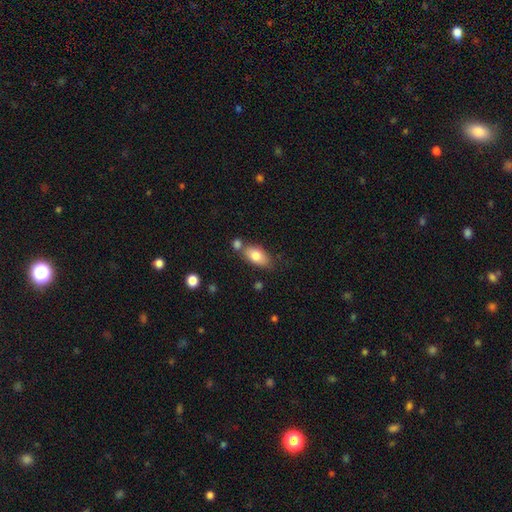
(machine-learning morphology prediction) Overall: smooth (79%). How rounded: in between (90%). Merging: none (59%; merger 21%).